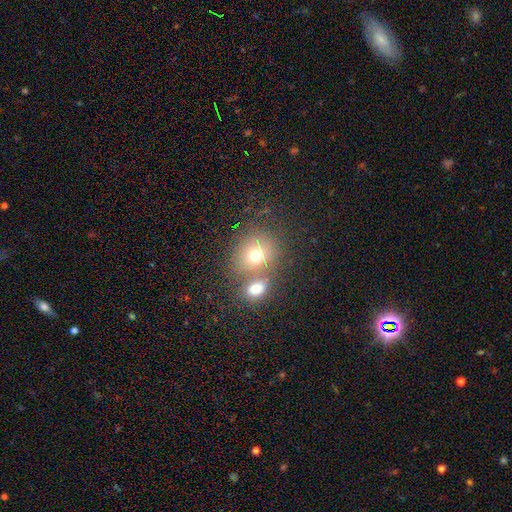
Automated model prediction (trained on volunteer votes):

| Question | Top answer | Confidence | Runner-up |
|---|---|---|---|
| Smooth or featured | smooth | 70% | featured or disk (16%) |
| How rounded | round | 71% | in between (28%) |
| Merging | none | 47% | merger (38%) |